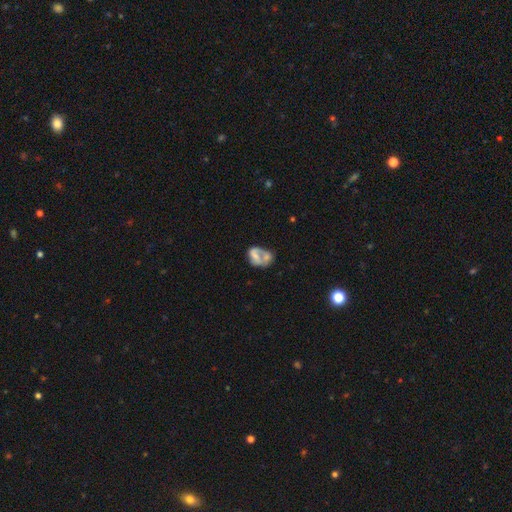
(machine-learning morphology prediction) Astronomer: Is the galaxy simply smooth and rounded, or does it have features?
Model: smooth — 46% (runner-up: featured or disk, 45%).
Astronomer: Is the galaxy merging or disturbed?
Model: merger — 43% (runner-up: none, 23%).